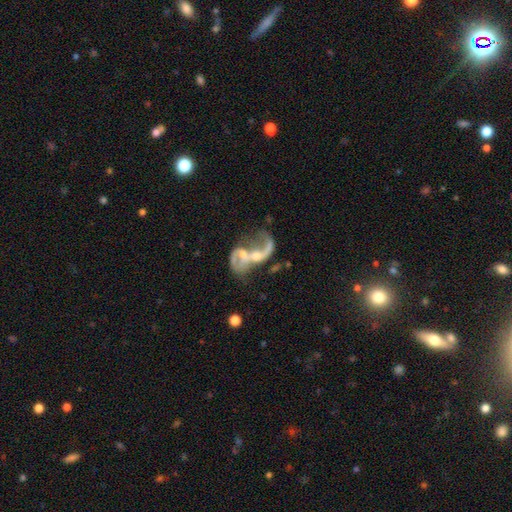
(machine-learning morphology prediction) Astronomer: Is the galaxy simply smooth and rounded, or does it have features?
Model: featured or disk — 78%.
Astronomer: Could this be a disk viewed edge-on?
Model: no — 96%.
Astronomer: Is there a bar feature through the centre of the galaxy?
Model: no — 55% (runner-up: weak, 33%).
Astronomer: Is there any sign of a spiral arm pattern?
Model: yes — 75%.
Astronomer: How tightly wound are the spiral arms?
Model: loose — 80%.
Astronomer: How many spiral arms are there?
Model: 2 — 67%.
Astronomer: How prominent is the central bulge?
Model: moderate — 41%, tied with small at 41%.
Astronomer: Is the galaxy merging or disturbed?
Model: merger — 55%.